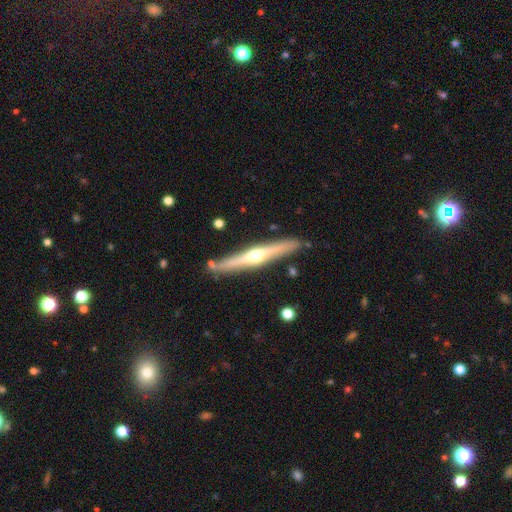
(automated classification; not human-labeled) Q: Smooth or featured?
A: featured or disk (71%); runner-up: smooth (24%)
Q: Edge-on disk?
A: yes (97%); runner-up: no (3%)
Q: Edge-on bulge?
A: rounded (92%); runner-up: none (6%)
Q: Merging?
A: none (86%); runner-up: minor disturbance (10%)